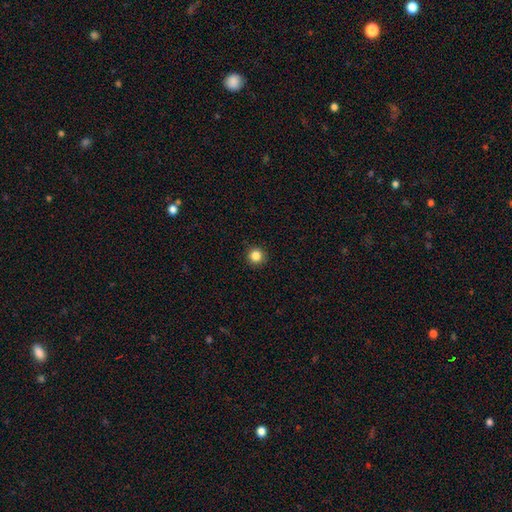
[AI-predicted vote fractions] This appears to be a smooth galaxy with no disk features (85%) that is round (95%). Merging: none (93%).